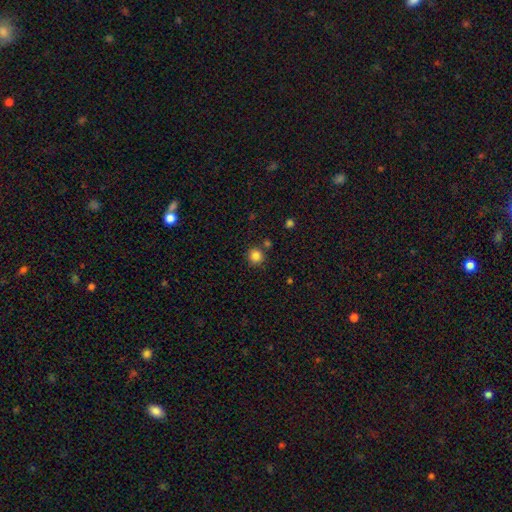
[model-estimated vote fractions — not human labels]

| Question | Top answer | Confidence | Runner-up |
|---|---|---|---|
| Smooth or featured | smooth | 85% | star or artifact (11%) |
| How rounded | round | 93% | in between (6%) |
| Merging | none | 82% | minor disturbance (9%) |